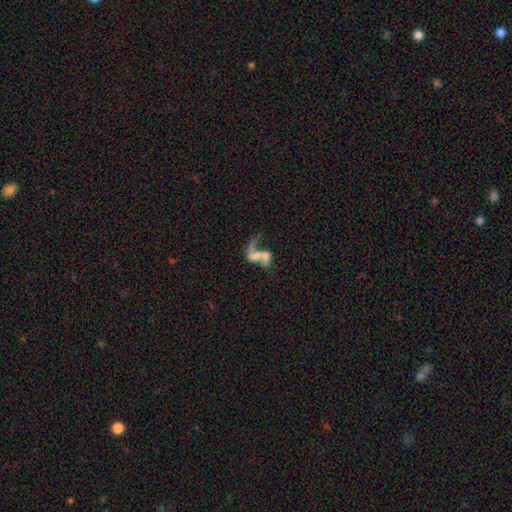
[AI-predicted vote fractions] The model was most divided on "bulge size": none: 41%, small: 23%, moderate: 20%, large: 11%, dominant: 4%. More confident: edge-on disk — no (96%); bar — no (66%); merging — merger (64%); spiral arms — yes (59%); smooth or featured — featured or disk (55%).